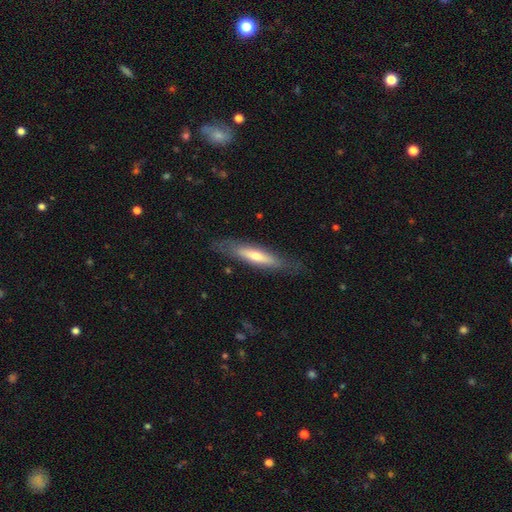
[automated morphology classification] type=featured or disk (51%); edge-on=yes (72%); merging=none (80%).